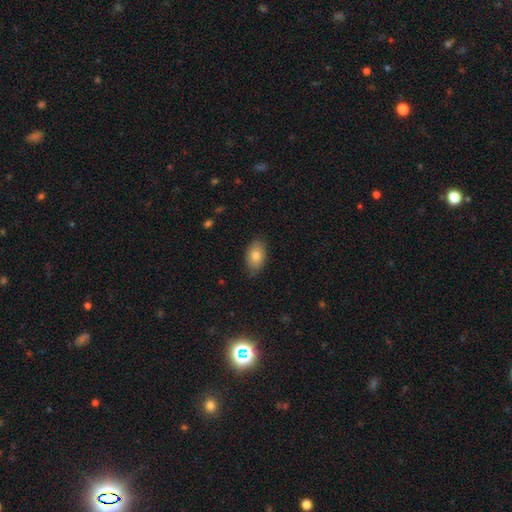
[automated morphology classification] This is likely a smooth galaxy (80%). How rounded: clearly in between (90%). Merging: clearly none (82%).